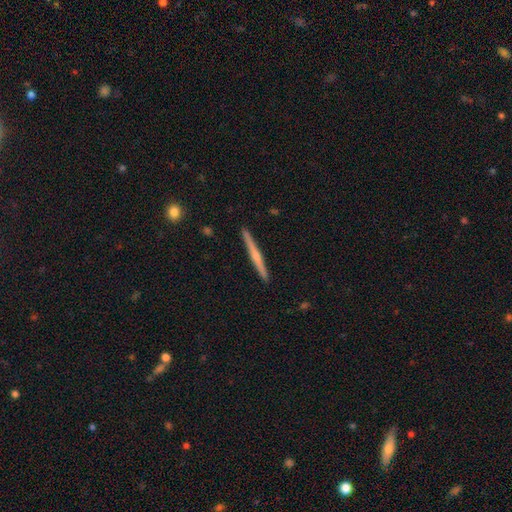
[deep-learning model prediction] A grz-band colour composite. It shows a featured or disk galaxy (61%) viewed edge-on (98%) with a rounded central bulge (59%). Merging: none (92%).